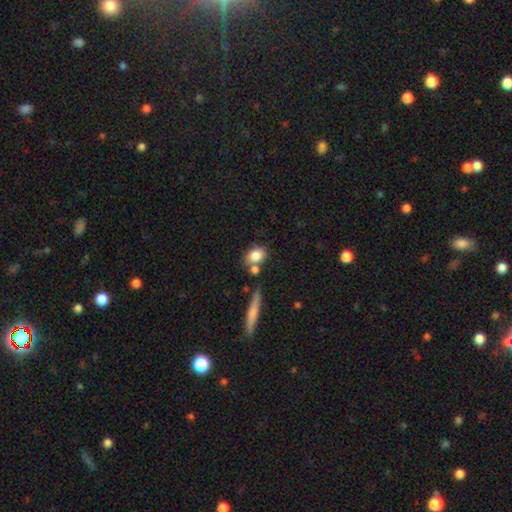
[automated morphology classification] Smooth or featured?
  - smooth: 81% *
  - featured or disk: 10%
  - star or artifact: 8%
How rounded?
  - in between: 66% *
  - round: 30%
  - cigar-shaped: 4%
Merging?
  - none: 59% *
  - merger: 23%
  - minor disturbance: 14%
  - major disturbance: 5%